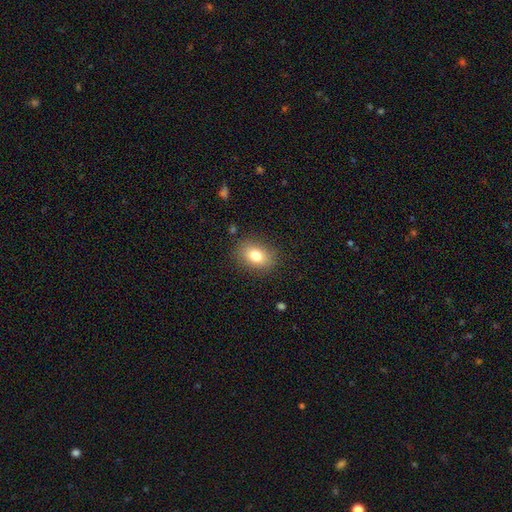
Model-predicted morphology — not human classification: This appears to be a smooth galaxy with no disk features (80%) that is in between round and cigar-shaped (75%). Merging: none (85%).